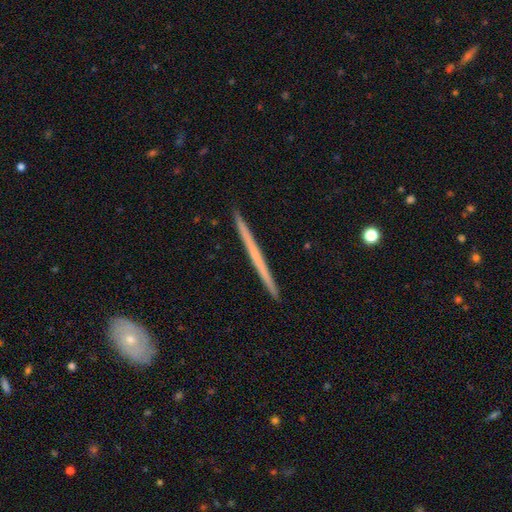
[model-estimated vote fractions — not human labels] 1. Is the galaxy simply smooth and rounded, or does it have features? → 64% featured or disk, 30% smooth, 6% star or artifact.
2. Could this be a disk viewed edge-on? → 98% yes, 2% no.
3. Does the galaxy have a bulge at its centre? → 83% none, 13% rounded, 4% boxy.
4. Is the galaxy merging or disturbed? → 92% none, 6% minor disturbance, 1% major disturbance, 1% merger.